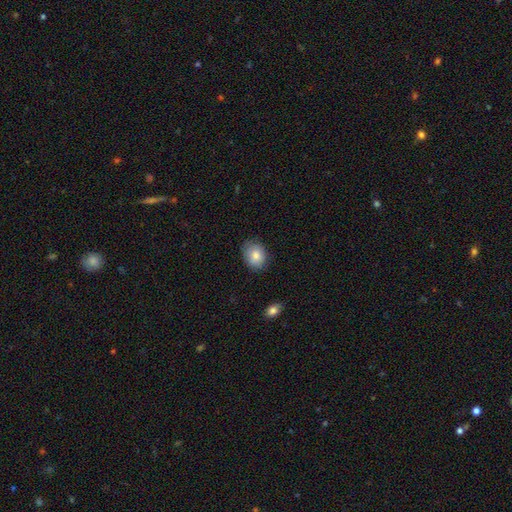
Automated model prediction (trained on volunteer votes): Overall: smooth (83%). How rounded: in between (53%; round 46%). Merging: none (79%).